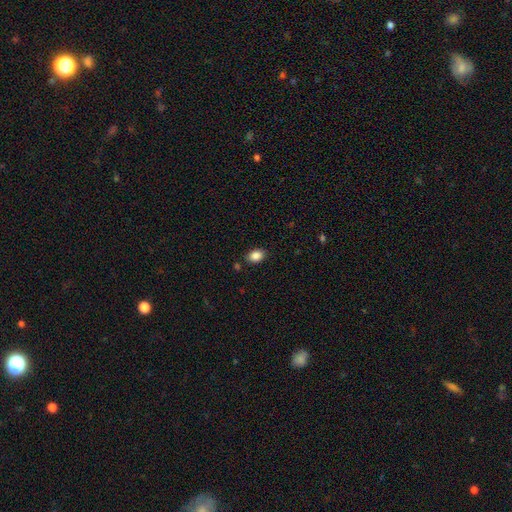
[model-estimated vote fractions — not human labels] Smooth or featured?
  - smooth: 87% *
  - star or artifact: 9%
  - featured or disk: 4%
How rounded?
  - in between: 78% *
  - round: 21%
  - cigar-shaped: 1%
Merging?
  - none: 84% *
  - minor disturbance: 11%
  - major disturbance: 3%
  - merger: 2%